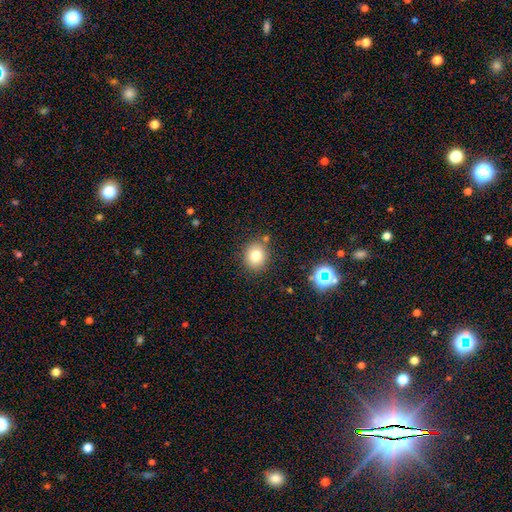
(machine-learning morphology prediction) A smooth galaxy with no disk features (78%) that is round (75%).

Vote fractions:
- Smooth or featured? smooth: 78% / star or artifact: 13% / featured or disk: 9%
- How rounded? round: 75% / in between: 24% / cigar-shaped: 1%
- Merging? none: 82% / minor disturbance: 10% / merger: 5% / major disturbance: 3%